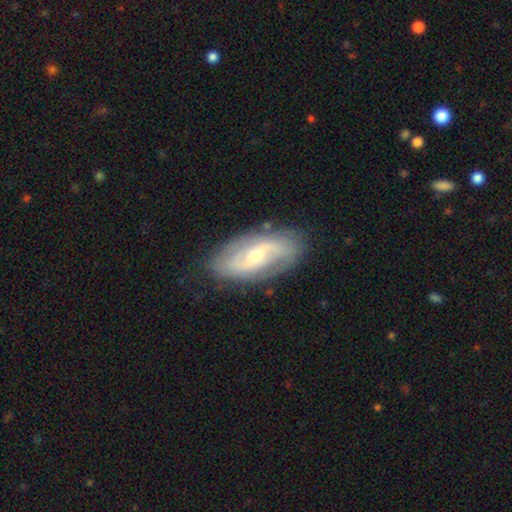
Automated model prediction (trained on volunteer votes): Smooth or featured? featured or disk (78%)
Edge-on disk? no (94%)
Bar? weak (46%)
Spiral arms? yes (88%)
Spiral winding? medium (43%)
Spiral arm count? 2 (77%)
Bulge size? small (48%)
Merging? none (80%)